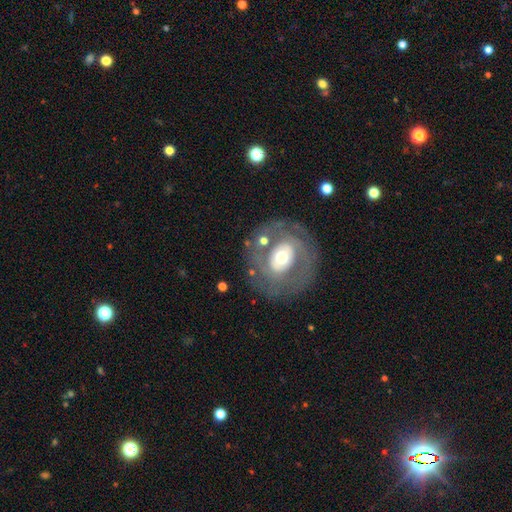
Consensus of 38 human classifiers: Smooth or featured? 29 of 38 (76%) said featured or disk. Edge-on disk? 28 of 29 (97%) said no. Bar? 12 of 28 (43%) said no. Spiral arms? 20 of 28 (71%) said yes. Spiral winding? 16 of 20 (80%) said tight. Spiral arm count? 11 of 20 (55%) said 2. Bulge size? 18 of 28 (64%) said moderate. Merging? 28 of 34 (82%) said none.